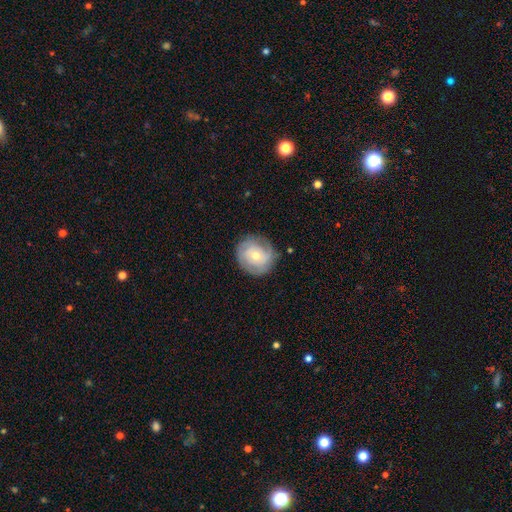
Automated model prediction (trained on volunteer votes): smooth_or_featured: featured or disk (p=0.74) [alt: smooth p=0.20]
disk_edge_on: no (p=0.98) [alt: yes p=0.02]
bar: no (p=0.72) [alt: weak p=0.23]
has_spiral_arms: yes (p=0.91) [alt: no p=0.09]
spiral_winding: tight (p=0.70) [alt: medium p=0.24]
spiral_arm_count: can't tell (p=0.31) [alt: 3 p=0.26]
bulge_size: moderate (p=0.49) [alt: small p=0.48]
merging: none (p=0.80) [alt: minor disturbance p=0.14]